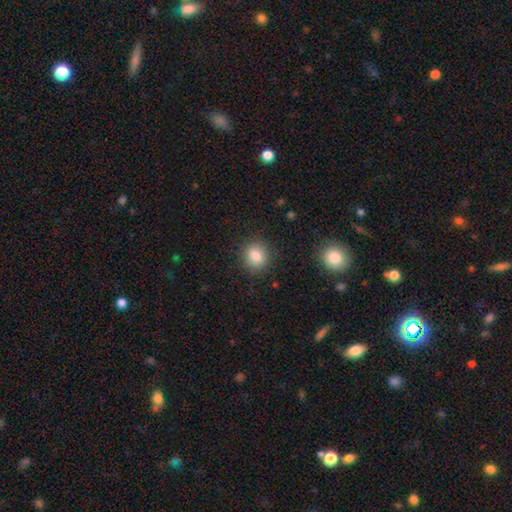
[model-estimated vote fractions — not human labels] smooth_or_featured: smooth (p=0.83) [alt: star or artifact p=0.11]
how_rounded: round (p=0.74) [alt: in between p=0.25]
merging: none (p=0.87) [alt: minor disturbance p=0.09]